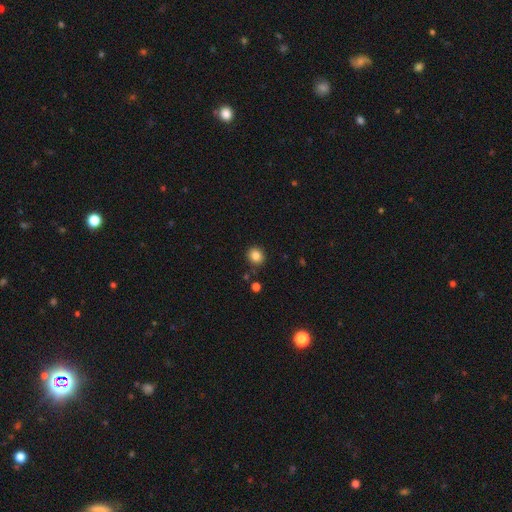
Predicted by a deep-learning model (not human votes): Smooth or featured: smooth — 84% (star or artifact — 11%)
How rounded: round — 80% (in between — 19%)
Merging: none — 87% (minor disturbance — 8%)